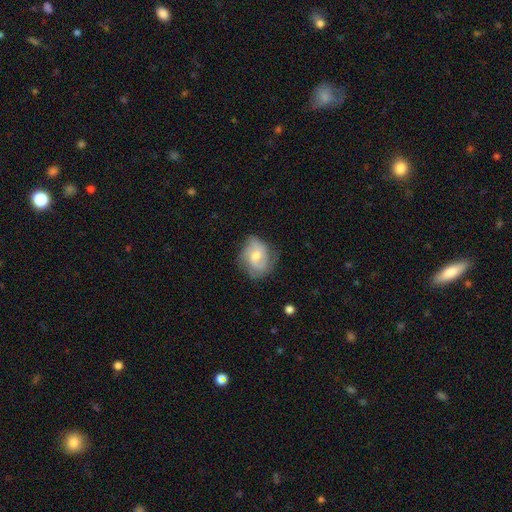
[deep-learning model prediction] This is possibly a featured or disk galaxy (51%). It is clearly not viewed edge-on (96%). Merging: likely none (62%).